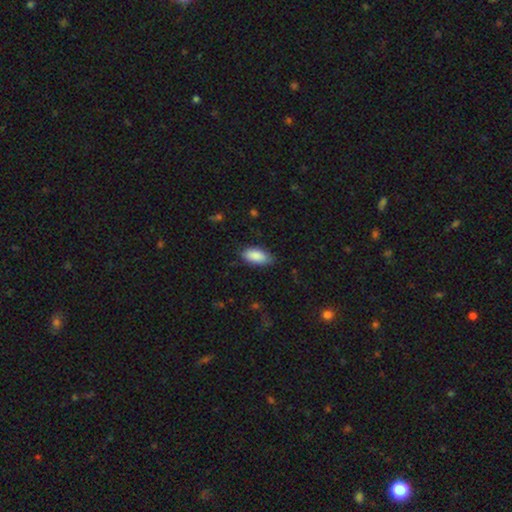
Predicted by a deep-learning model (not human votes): Morphology: type=smooth (88%); roundness=in between (90%); merging=none (78%).